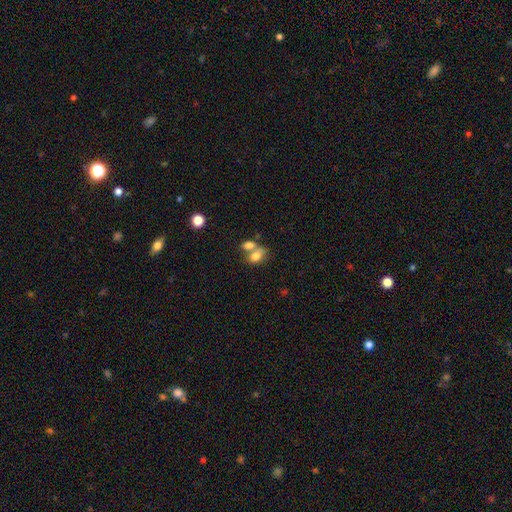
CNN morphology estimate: smooth_or_featured: smooth (p=0.76) [alt: featured or disk p=0.14]
how_rounded: in between (p=0.77) [alt: round p=0.21]
merging: merger (p=0.57) [alt: none p=0.29]